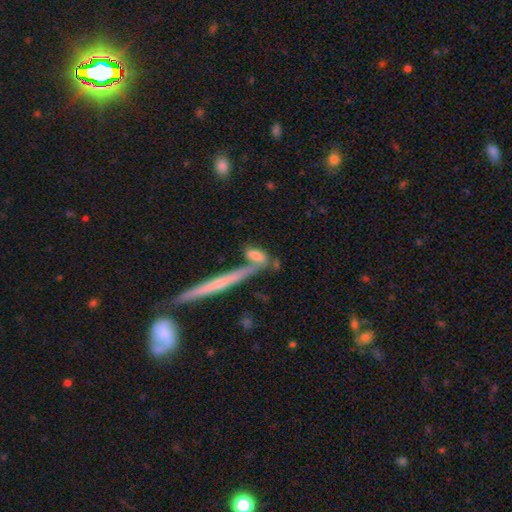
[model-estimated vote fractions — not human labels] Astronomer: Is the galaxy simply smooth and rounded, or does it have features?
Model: smooth — 66%.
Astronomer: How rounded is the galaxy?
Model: cigar-shaped — 48% (runner-up: in between, 47%).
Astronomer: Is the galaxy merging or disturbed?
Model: none — 46% (runner-up: merger, 31%).